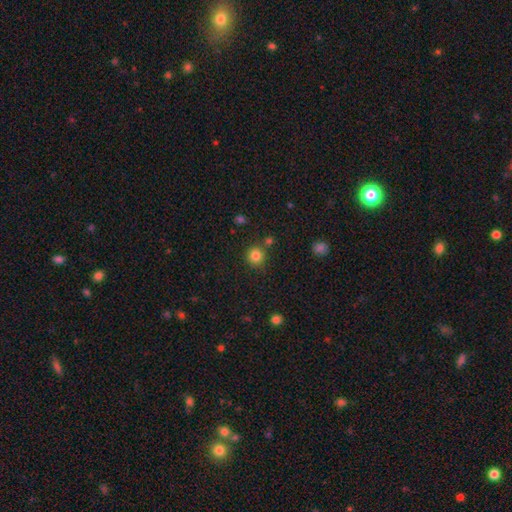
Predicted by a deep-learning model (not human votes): A smooth galaxy with no disk features (83%) that is round (93%). Merging: none (82%).